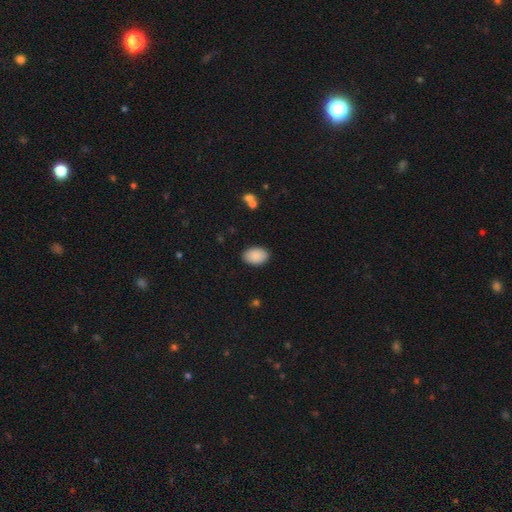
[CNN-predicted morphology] smooth 89%, star or artifact 7%, featured or disk 4%. Down the decision tree: how rounded — in between (89%); merging — none (89%).